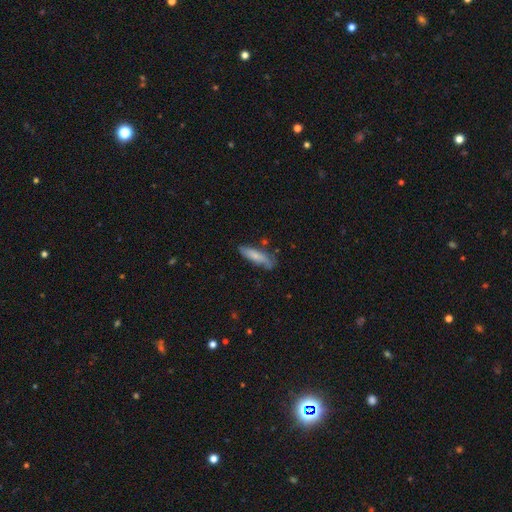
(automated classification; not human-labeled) The model was most divided on "how rounded": cigar-shaped: 60%, in between: 38%, round: 2%. More confident: smooth or featured — smooth (70%); merging — none (65%).